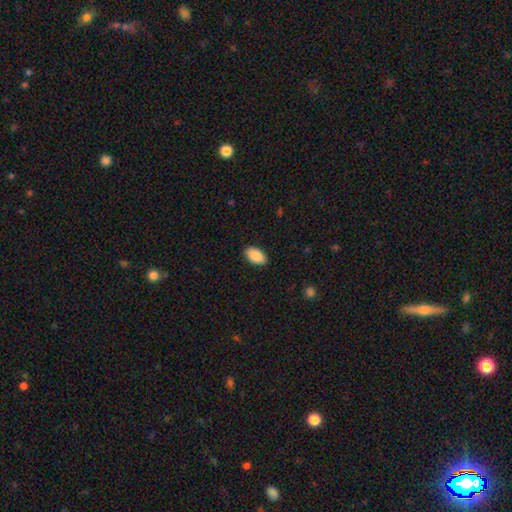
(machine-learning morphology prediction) The model was most divided on "merging": none: 89%, minor disturbance: 8%, major disturbance: 2%, merger: 1%. More confident: how rounded — in between (95%); smooth or featured — smooth (89%).